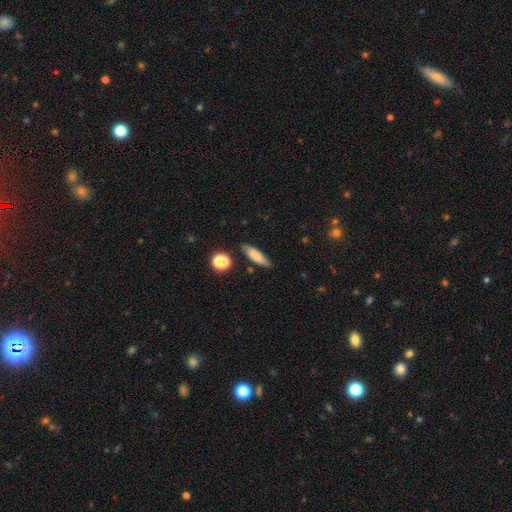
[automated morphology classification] Smooth or featured? Predicted: smooth (p=0.79). How rounded? Predicted: cigar-shaped (p=0.57). Merging? Predicted: none (p=0.81).